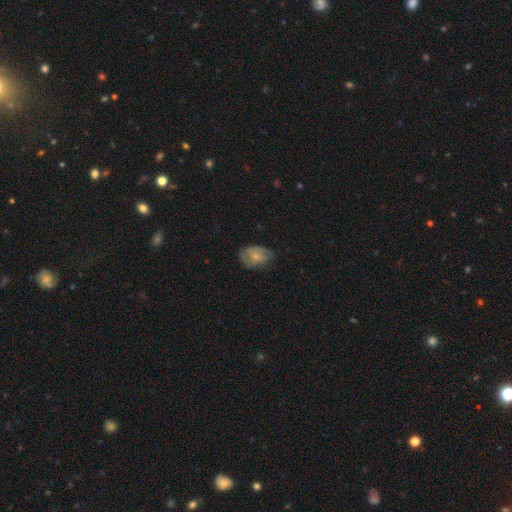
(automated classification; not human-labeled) This is possibly a smooth galaxy (55%). How rounded: clearly in between (81%). Merging: likely none (63%).